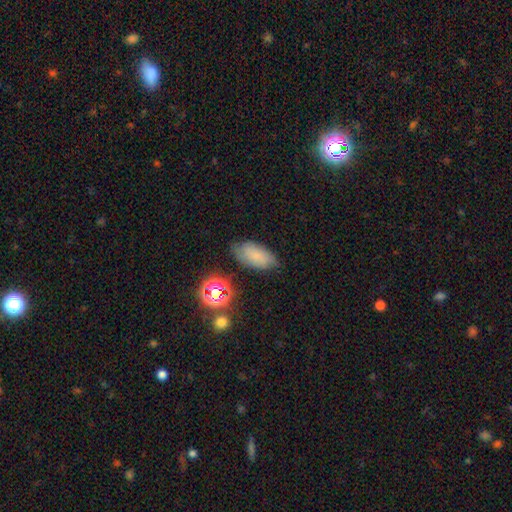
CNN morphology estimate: smooth 73%, star or artifact 14%, featured or disk 13%. Down the decision tree: how rounded — in between (91%); merging — none (73%).